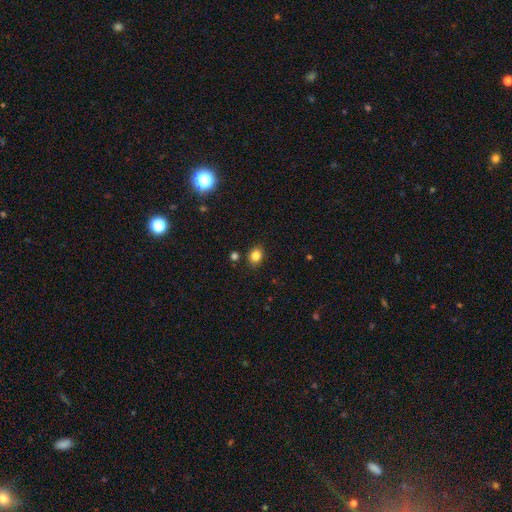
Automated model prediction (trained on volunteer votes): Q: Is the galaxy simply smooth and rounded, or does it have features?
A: smooth — 82%.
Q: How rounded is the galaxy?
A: in between — 54%.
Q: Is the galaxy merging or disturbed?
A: none — 85%.